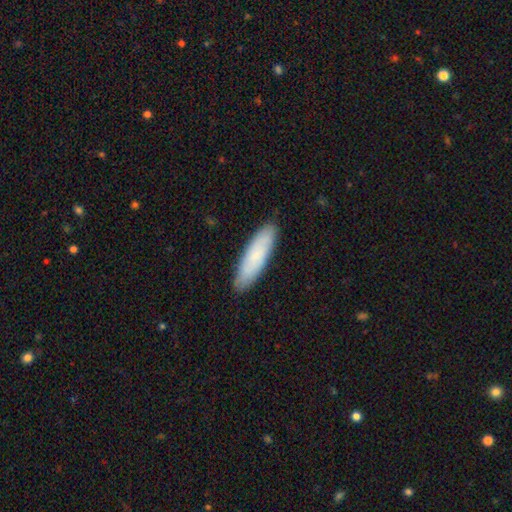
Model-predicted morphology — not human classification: The model was most divided on "how rounded": cigar-shaped: 62%, in between: 36%, round: 1%. More confident: merging — none (88%); smooth or featured — smooth (78%).